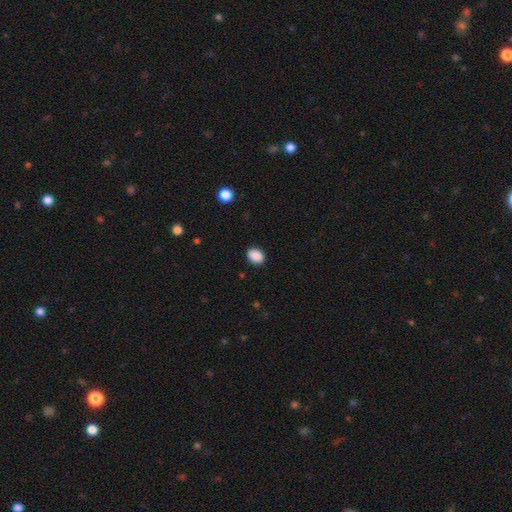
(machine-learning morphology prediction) smooth-or-featured: smooth: 89% | star or artifact: 8% | featured or disk: 3%
  how-rounded: in between: 66% | round: 33% | cigar-shaped: 1%
  merging: none: 88% | minor disturbance: 9% | major disturbance: 2% | merger: 1%